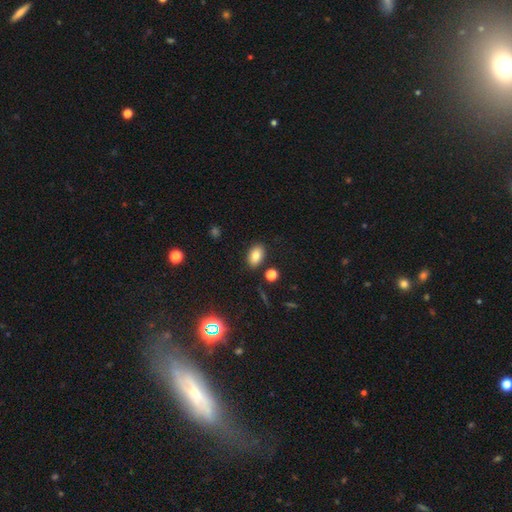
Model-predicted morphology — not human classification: smooth 79%, star or artifact 11%, featured or disk 10%. Down the decision tree: how rounded — in between (88%); merging — none (85%).